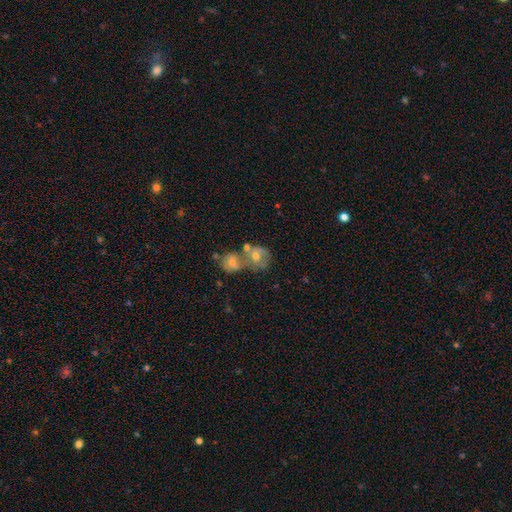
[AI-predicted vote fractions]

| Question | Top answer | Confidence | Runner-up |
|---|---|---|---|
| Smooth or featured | featured or disk | 50% | smooth (33%) |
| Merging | merger | 56% | none (30%) |